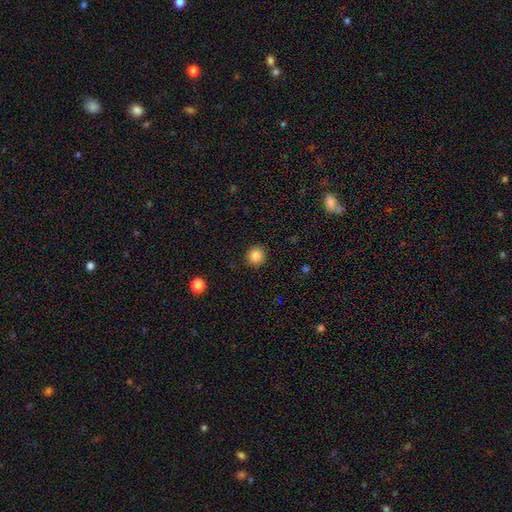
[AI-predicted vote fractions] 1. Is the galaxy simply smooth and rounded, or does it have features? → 85% smooth, 11% star or artifact, 4% featured or disk.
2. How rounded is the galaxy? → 93% round, 6% in between, 1% cigar-shaped.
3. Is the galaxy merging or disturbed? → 92% none, 6% minor disturbance, 2% major disturbance, 1% merger.